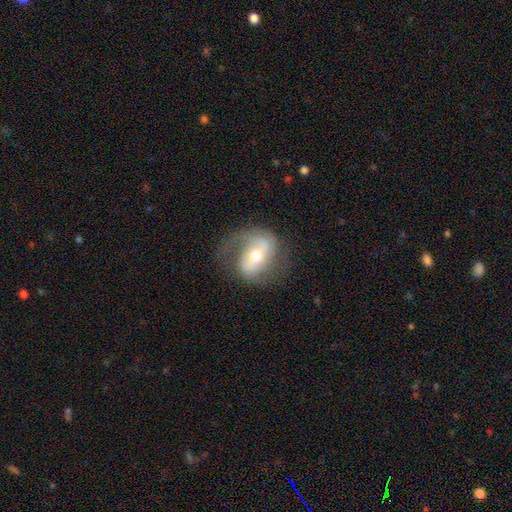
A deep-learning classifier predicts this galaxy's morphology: Smooth or featured: featured or disk — 77% (smooth — 17%)
Edge-on disk: no — 96% (yes — 4%)
Bar: weak — 39% (no — 31%)
Spiral arms: yes — 90% (no — 10%)
Spiral winding: medium — 45% (loose — 37%)
Spiral arm count: 2 — 69% (1 — 21%)
Bulge size: moderate — 65% (small — 28%)
Merging: none — 60% (minor disturbance — 21%)